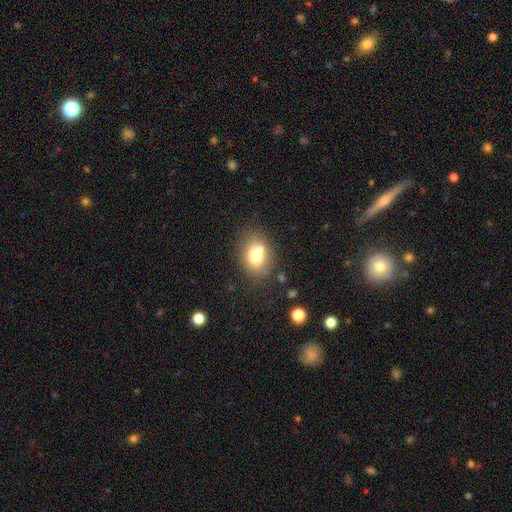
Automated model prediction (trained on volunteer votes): The model was most divided on "how rounded": round: 51%, in between: 48%, cigar-shaped: 1%. More confident: smooth or featured — smooth (71%); merging — none (59%).